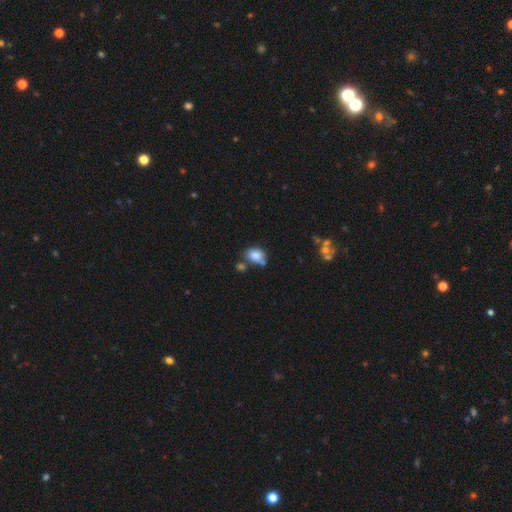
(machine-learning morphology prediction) Smooth or featured?
  - smooth: 81% *
  - star or artifact: 9%
  - featured or disk: 9%
How rounded?
  - in between: 68% *
  - round: 31%
  - cigar-shaped: 1%
Merging?
  - none: 49% *
  - minor disturbance: 24%
  - merger: 20%
  - major disturbance: 7%